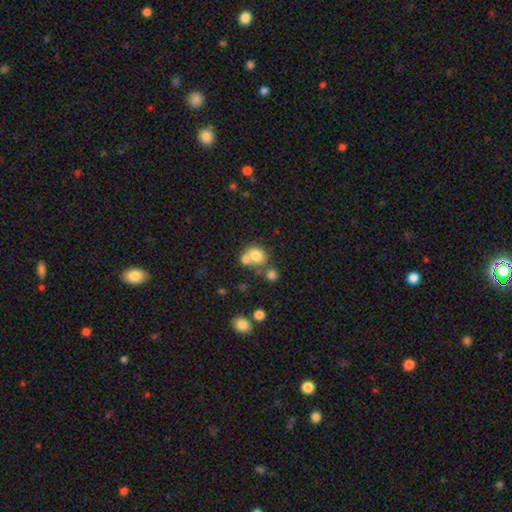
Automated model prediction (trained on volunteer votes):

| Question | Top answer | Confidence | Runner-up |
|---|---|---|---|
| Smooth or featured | smooth | 75% | featured or disk (14%) |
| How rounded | round | 73% | in between (26%) |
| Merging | merger | 45% | none (40%) |